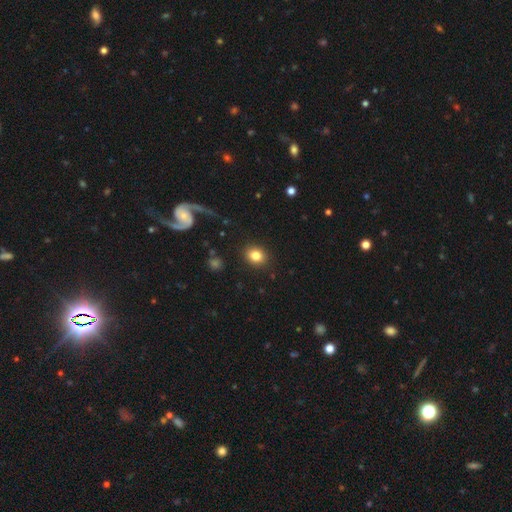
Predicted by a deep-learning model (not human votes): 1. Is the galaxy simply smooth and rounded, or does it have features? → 82% smooth, 9% star or artifact, 8% featured or disk.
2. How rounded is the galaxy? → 60% round, 39% in between, 1% cigar-shaped.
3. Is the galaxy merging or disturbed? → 89% none, 7% minor disturbance, 3% major disturbance, 1% merger.